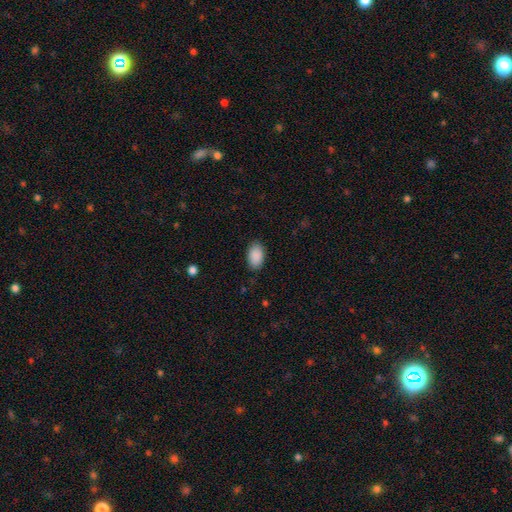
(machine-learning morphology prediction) smooth_or_featured: smooth (p=0.90) [alt: star or artifact p=0.07]
how_rounded: in between (p=0.93) [alt: round p=0.06]
merging: none (p=0.86) [alt: minor disturbance p=0.10]